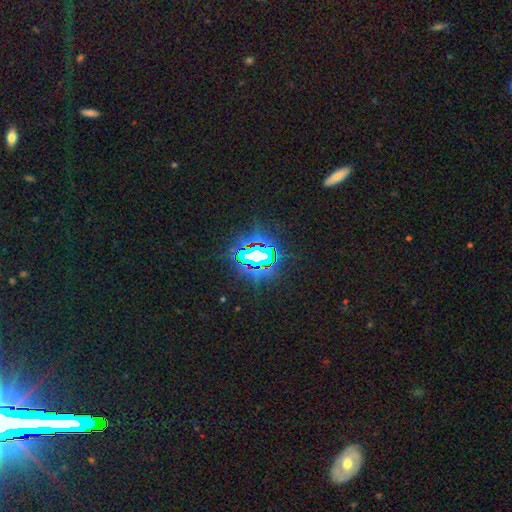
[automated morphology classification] type=star or artifact (77%).